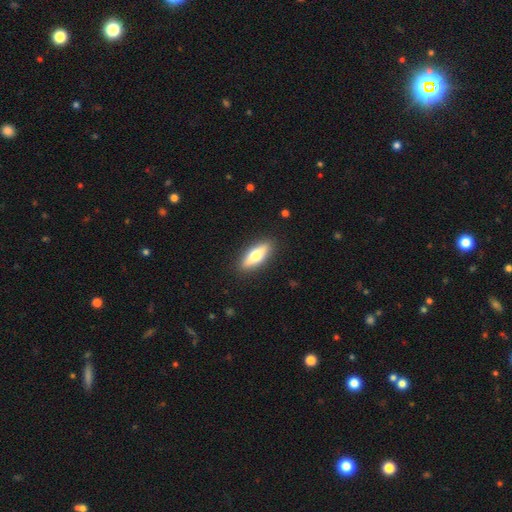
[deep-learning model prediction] This is possibly a smooth galaxy (55%). How rounded: possibly in between (52%). Merging: clearly none (90%).